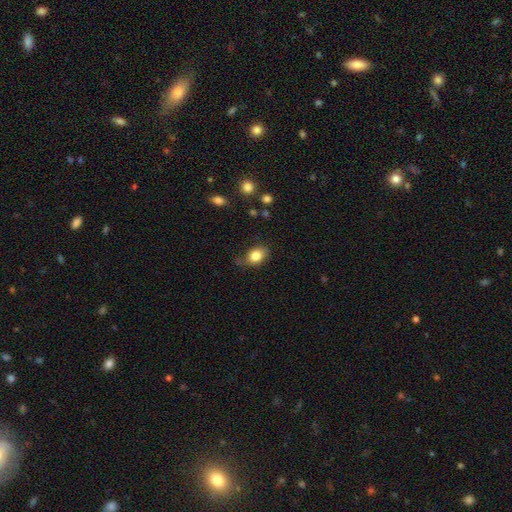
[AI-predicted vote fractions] Q: Smooth or featured?
A: smooth (82%); runner-up: featured or disk (9%)
Q: How rounded?
A: in between (74%); runner-up: round (25%)
Q: Merging?
A: none (68%); runner-up: minor disturbance (24%)